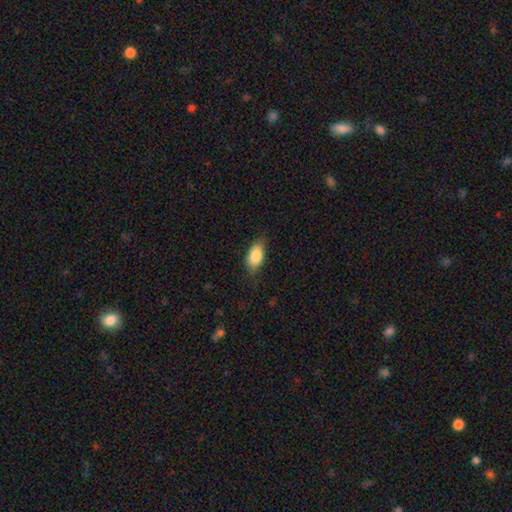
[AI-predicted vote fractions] Smooth or featured?
  - smooth: 86% *
  - featured or disk: 7%
  - star or artifact: 7%
How rounded?
  - in between: 90% *
  - cigar-shaped: 5%
  - round: 5%
Merging?
  - none: 76% *
  - minor disturbance: 19%
  - major disturbance: 4%
  - merger: 1%